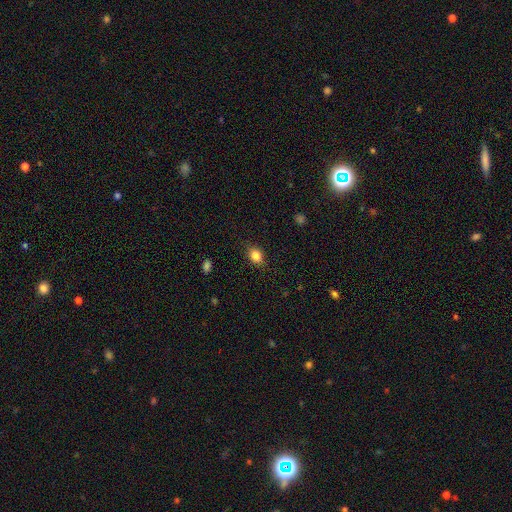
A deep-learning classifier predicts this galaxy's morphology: Q: Smooth or featured?
A: smooth (84%); runner-up: star or artifact (10%)
Q: How rounded?
A: in between (61%); runner-up: round (38%)
Q: Merging?
A: none (84%); runner-up: minor disturbance (12%)